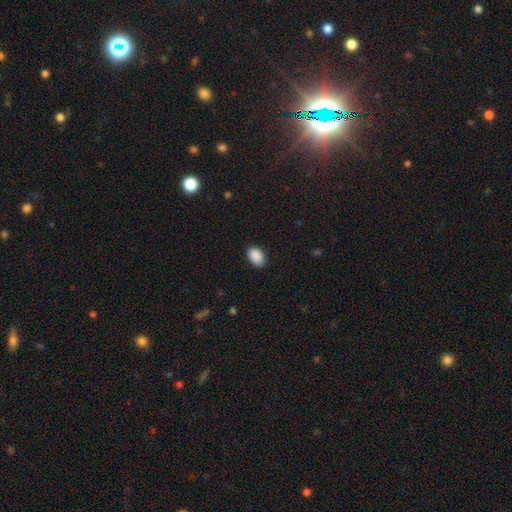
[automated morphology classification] smooth 90%, star or artifact 7%, featured or disk 3%. Down the decision tree: how rounded — in between (88%); merging — none (88%).